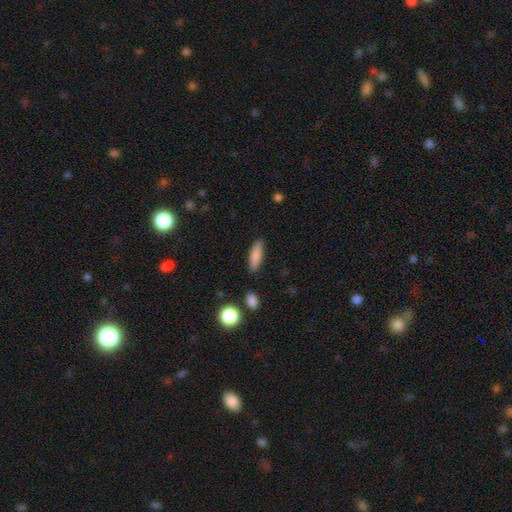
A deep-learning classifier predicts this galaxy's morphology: Smooth or featured? Predicted: smooth (p=0.83). How rounded? Predicted: cigar-shaped (p=0.55). Merging? Predicted: none (p=0.83).